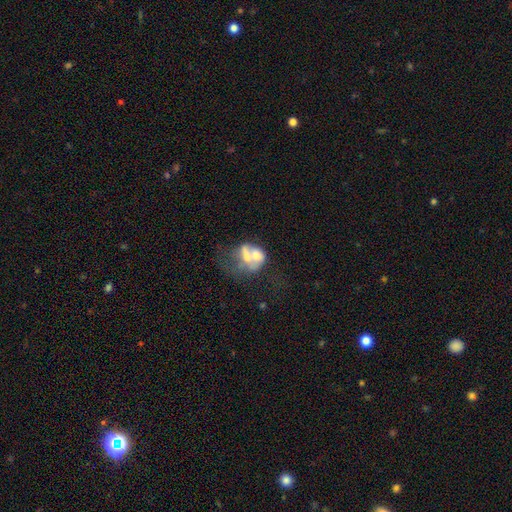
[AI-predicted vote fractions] The model was most divided on "smooth or featured": smooth: 47%, featured or disk: 43%, star or artifact: 10%. More confident: merging — merger (58%).